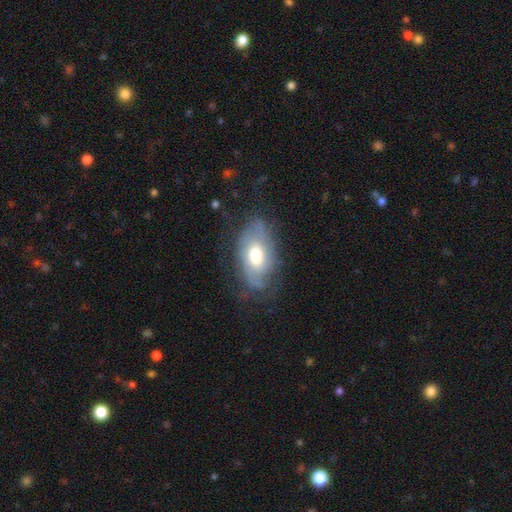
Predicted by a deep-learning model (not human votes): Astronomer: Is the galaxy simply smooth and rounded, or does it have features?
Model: featured or disk — 52% (runner-up: smooth, 41%).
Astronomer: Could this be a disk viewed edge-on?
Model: no — 91%.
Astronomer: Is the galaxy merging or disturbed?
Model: none — 58%.